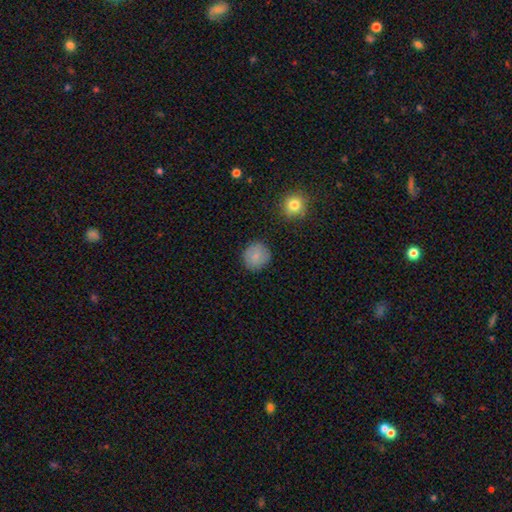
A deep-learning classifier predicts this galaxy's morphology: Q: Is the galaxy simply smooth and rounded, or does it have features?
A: smooth — 79%.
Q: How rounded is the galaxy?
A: round — 90%.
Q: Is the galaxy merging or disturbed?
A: none — 86%.